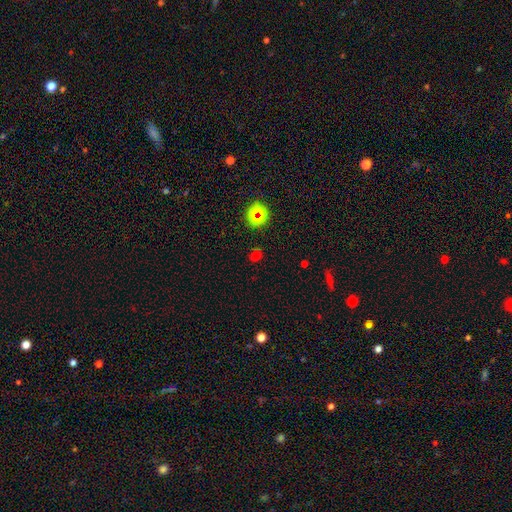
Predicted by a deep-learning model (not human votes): This appears to be a smooth galaxy with no disk features (53%) that is round (68%). Merging: none (79%).